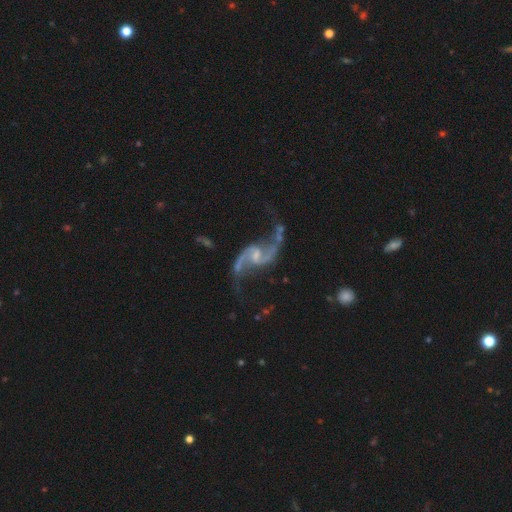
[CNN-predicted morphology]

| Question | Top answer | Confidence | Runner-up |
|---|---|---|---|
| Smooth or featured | featured or disk | 93% | star or artifact (5%) |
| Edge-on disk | no | 98% | yes (2%) |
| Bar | weak | 49% | no (35%) |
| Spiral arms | yes | 98% | no (2%) |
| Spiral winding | loose | 78% | medium (19%) |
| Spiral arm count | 2 | 94% | can't tell (1%) |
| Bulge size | small | 56% | moderate (26%) |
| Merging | none | 62% | minor disturbance (18%) |